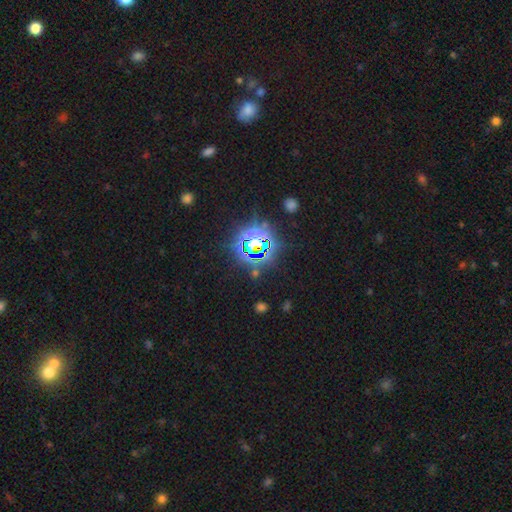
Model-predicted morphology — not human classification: Smooth or featured: star or artifact — 77% (smooth — 15%)